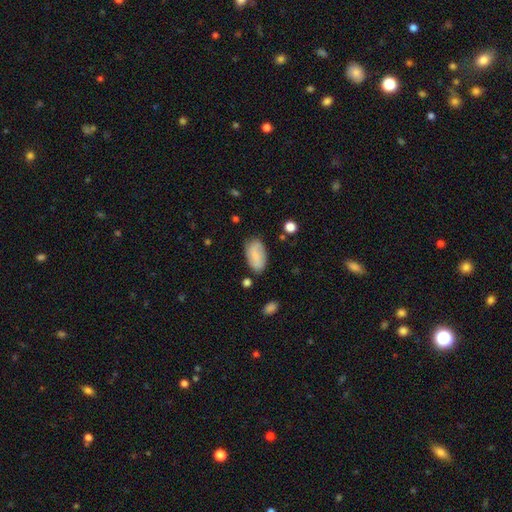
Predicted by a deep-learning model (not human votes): The model was most divided on "smooth or featured": smooth: 64%, featured or disk: 29%, star or artifact: 7%. More confident: how rounded — in between (93%); merging — none (78%).